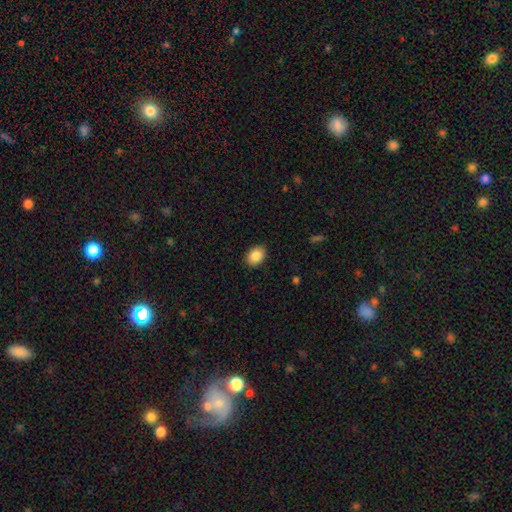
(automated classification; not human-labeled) Smooth or featured? smooth (87%)
How rounded? in between (71%)
Merging? none (87%)